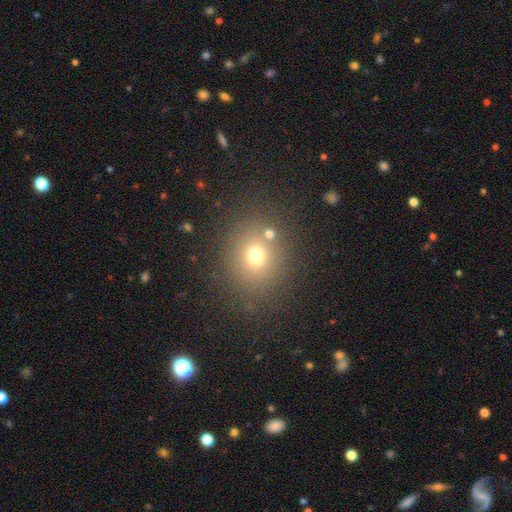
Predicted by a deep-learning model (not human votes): A smooth galaxy with no disk features (69%) that is round (76%). Merging: none (80%).